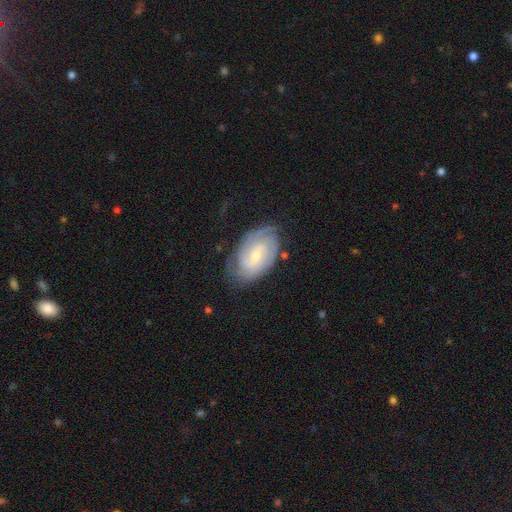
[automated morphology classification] A featured or disk galaxy (74%) with no bar (52%), tight (66%) spiral arms (90%) and a small central bulge (56%).

Vote fractions:
- Smooth or featured? featured or disk: 74% / smooth: 20% / star or artifact: 6%
- Edge-on disk? no: 96% / yes: 4%
- Bar? no: 52% / weak: 41% / strong: 8%
- Spiral arms? yes: 90% / no: 10%
- Spiral winding? tight: 66% / medium: 26% / loose: 8%
- Spiral arm count? can't tell: 43% / 2: 33% / 3: 12% / 4: 5% / 1: 4% / more than 4: 3%
- Bulge size? small: 56% / moderate: 40% / large: 2% / none: 1% / dominant: 1%
- Merging? none: 70% / minor disturbance: 22% / major disturbance: 7% / merger: 2%